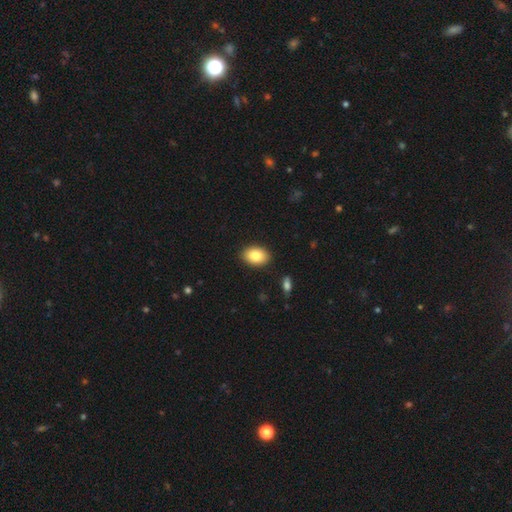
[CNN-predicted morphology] Overall: smooth (83%). How rounded: in between (84%). Merging: none (89%).